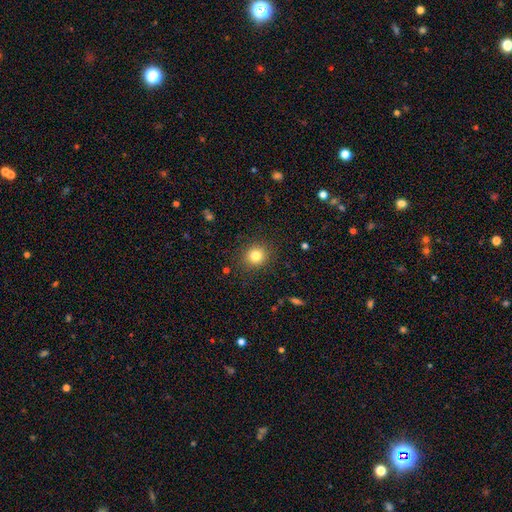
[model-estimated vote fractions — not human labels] smooth 81%, star or artifact 12%, featured or disk 7%. Down the decision tree: how rounded — round (84%); merging — none (89%).